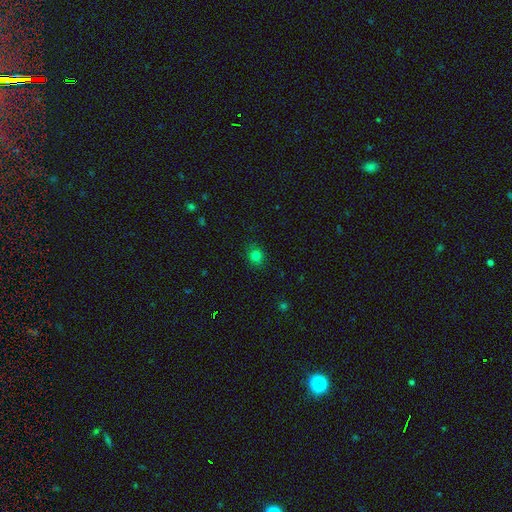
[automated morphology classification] The model was most divided on "how rounded": round: 77%, in between: 22%, cigar-shaped: 1%. More confident: merging — none (85%); smooth or featured — smooth (78%).